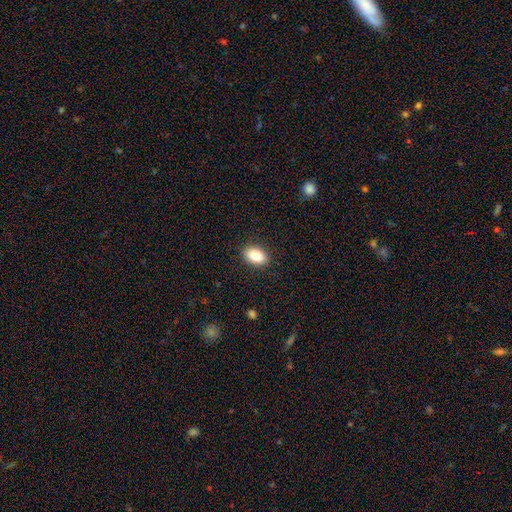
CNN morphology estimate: Smooth or featured: smooth — 86% (star or artifact — 8%)
How rounded: in between — 89% (round — 10%)
Merging: none — 89% (minor disturbance — 8%)